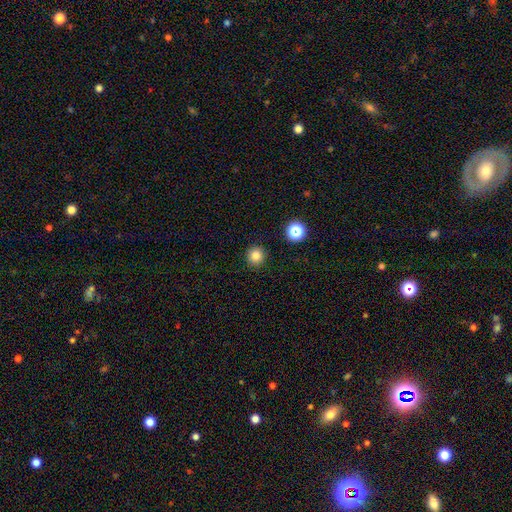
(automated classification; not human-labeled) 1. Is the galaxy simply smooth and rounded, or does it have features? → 81% smooth, 14% star or artifact, 5% featured or disk.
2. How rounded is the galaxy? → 94% round, 5% in between, 1% cigar-shaped.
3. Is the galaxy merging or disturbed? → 92% none, 5% minor disturbance, 2% major disturbance, 2% merger.